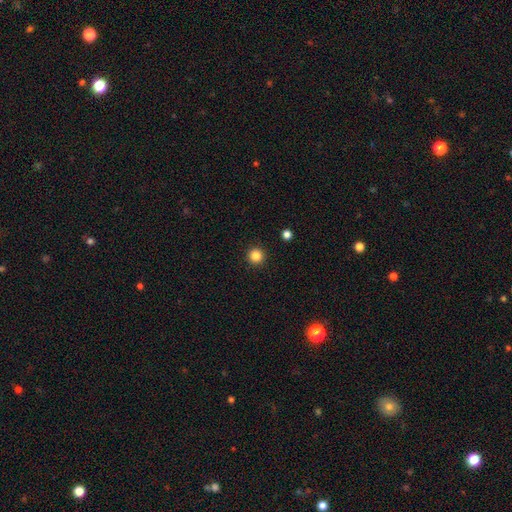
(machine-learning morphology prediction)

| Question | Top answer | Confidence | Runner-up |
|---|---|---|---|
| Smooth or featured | smooth | 85% | star or artifact (11%) |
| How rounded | round | 96% | in between (3%) |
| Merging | none | 93% | minor disturbance (4%) |